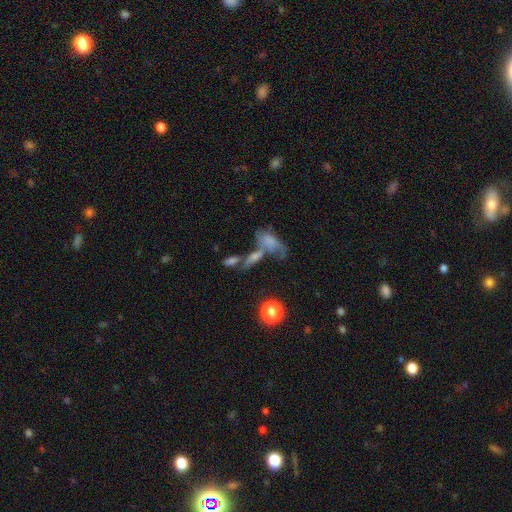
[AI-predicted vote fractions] featured or disk 39%, smooth 36%, star or artifact 25%. Down the decision tree: merging — merger (40%).